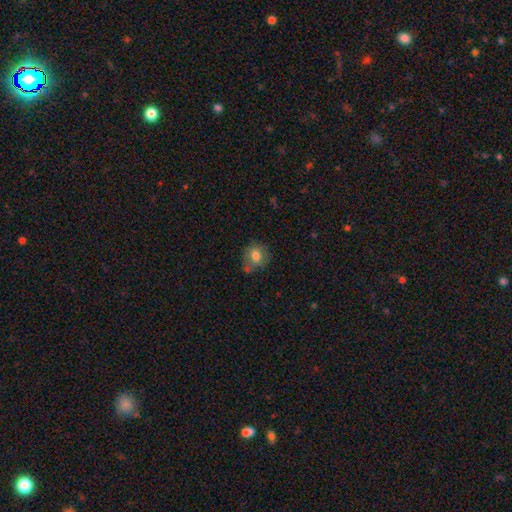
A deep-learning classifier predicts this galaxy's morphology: This appears to be a smooth galaxy with no disk features (74%) that is round (63%). Merging: none (60%).